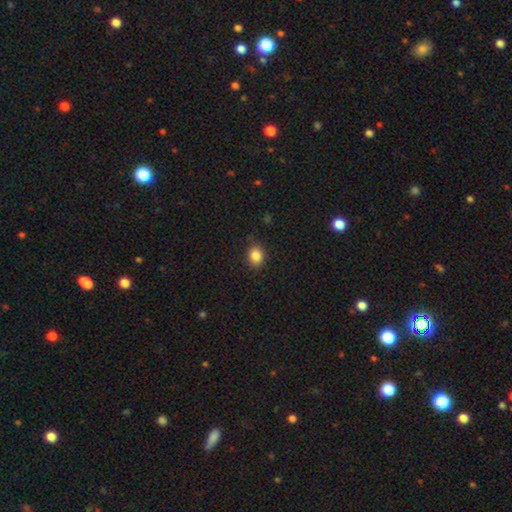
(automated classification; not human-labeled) A smooth galaxy with no disk features (85%) that is round (58%).

Vote fractions:
- Smooth or featured? smooth: 85% / star or artifact: 10% / featured or disk: 5%
- How rounded? round: 58% / in between: 41% / cigar-shaped: 1%
- Merging? none: 84% / minor disturbance: 12% / major disturbance: 3% / merger: 1%